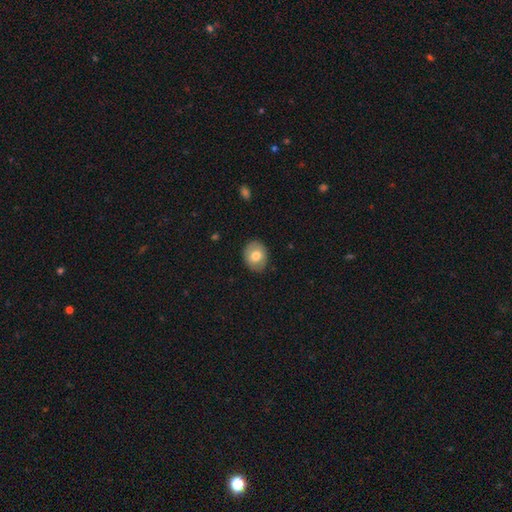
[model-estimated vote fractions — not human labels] This appears to be a smooth galaxy with no disk features (75%) that is round (54%). Merging: none (87%).